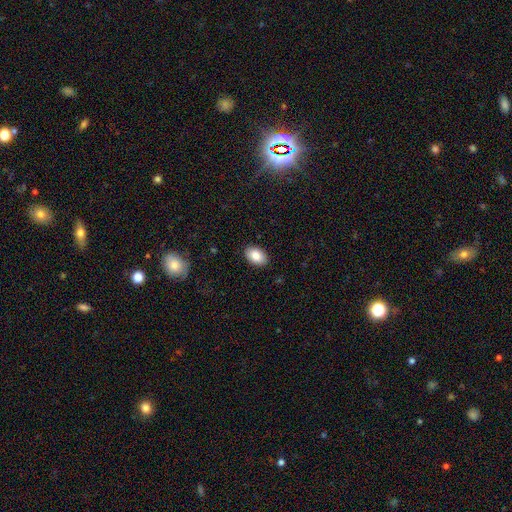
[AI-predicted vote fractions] The model was most divided on "smooth or featured": smooth: 84%, featured or disk: 9%, star or artifact: 7%. More confident: merging — none (89%); how rounded — in between (89%).